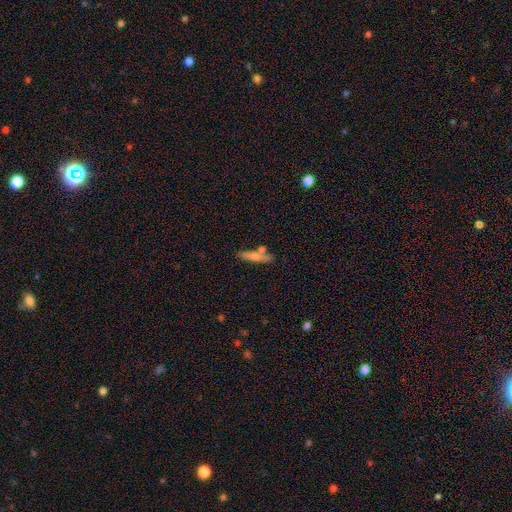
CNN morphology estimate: This appears to be a smooth galaxy with no disk features (60%) that is cigar-shaped (81%). Merging: none (65%).